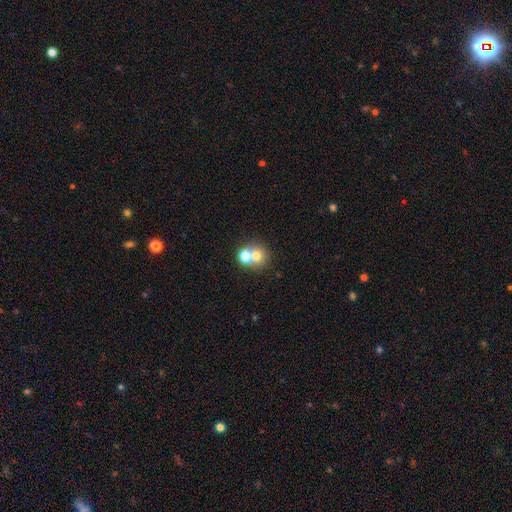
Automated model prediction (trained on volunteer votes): smooth-or-featured: smooth: 70% | featured or disk: 16% | star or artifact: 14%
  how-rounded: round: 83% | in between: 16% | cigar-shaped: 1%
  merging: merger: 49% | none: 42% | minor disturbance: 6% | major disturbance: 3%